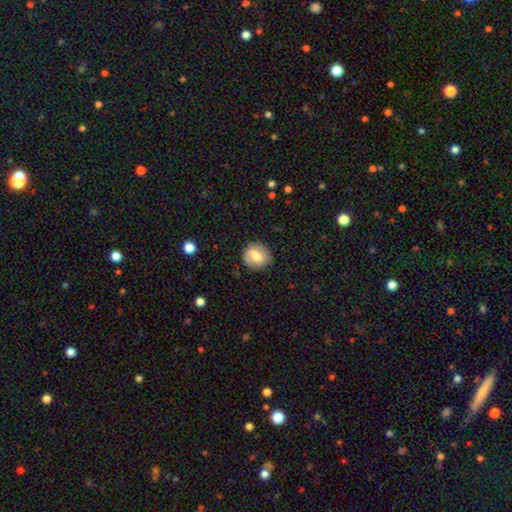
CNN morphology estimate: type=smooth (47%); merging=none (80%).